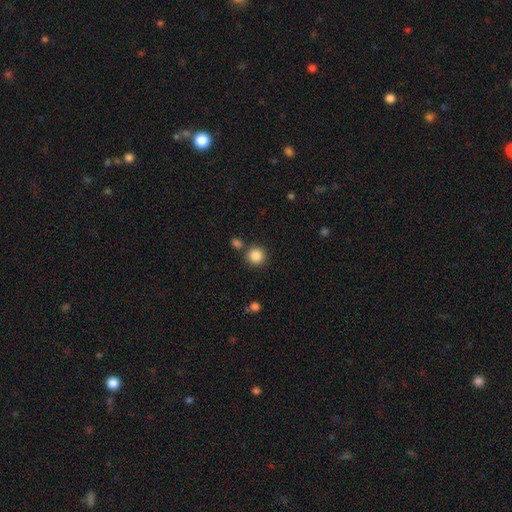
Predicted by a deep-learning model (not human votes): A smooth galaxy with no disk features (86%) that is round (93%). Merging: none (81%).